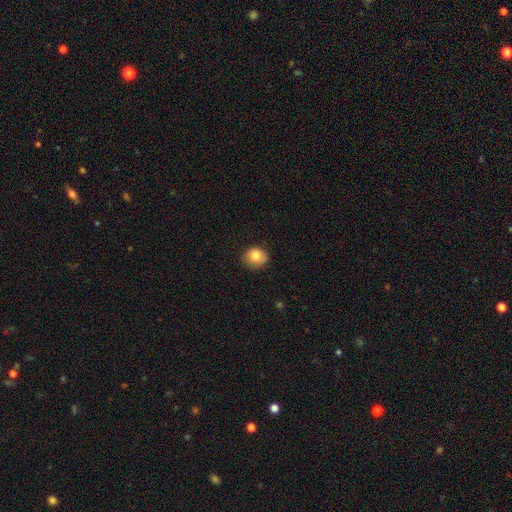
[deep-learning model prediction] Smooth or featured: smooth — 81% (star or artifact — 10%)
How rounded: round — 69% (in between — 30%)
Merging: none — 80% (minor disturbance — 16%)